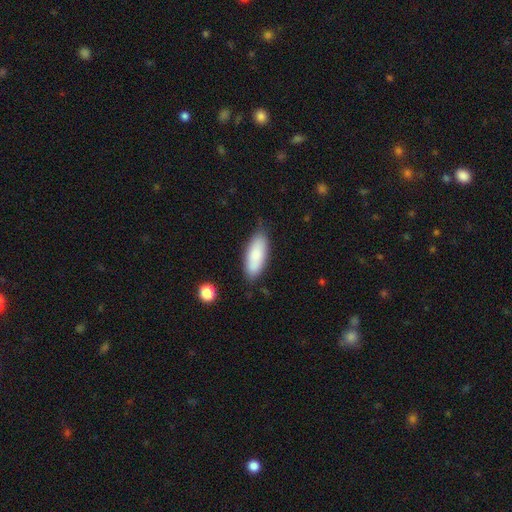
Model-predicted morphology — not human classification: Q: Smooth or featured?
A: smooth (84%); runner-up: featured or disk (10%)
Q: How rounded?
A: in between (75%); runner-up: cigar-shaped (24%)
Q: Merging?
A: none (77%); runner-up: minor disturbance (18%)